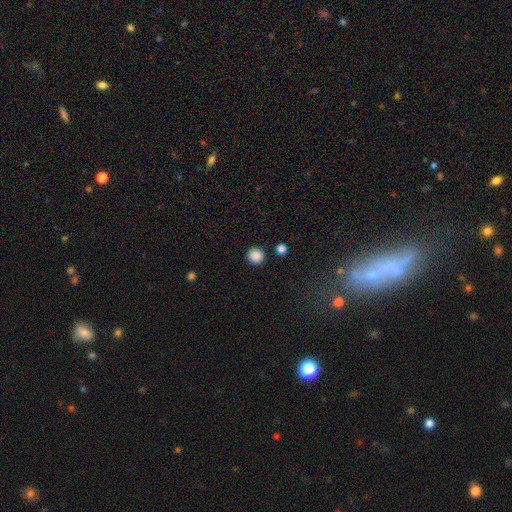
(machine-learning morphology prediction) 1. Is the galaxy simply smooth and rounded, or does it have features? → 87% smooth, 10% star or artifact, 3% featured or disk.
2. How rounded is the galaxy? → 92% round, 7% in between, 1% cigar-shaped.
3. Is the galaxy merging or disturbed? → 90% none, 5% minor disturbance, 3% merger, 2% major disturbance.